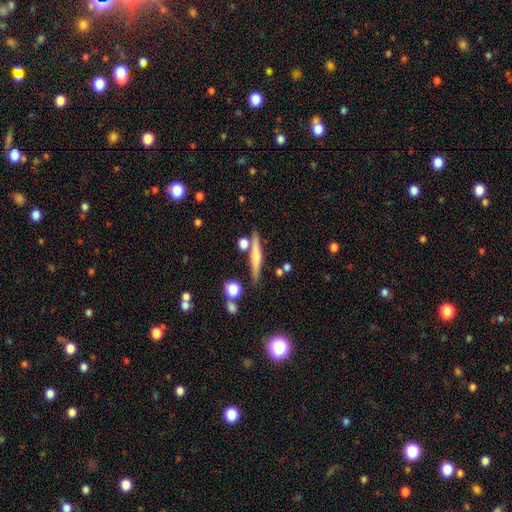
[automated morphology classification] Smooth or featured: featured or disk — 50% (smooth — 43%)
Merging: none — 79% (minor disturbance — 10%)